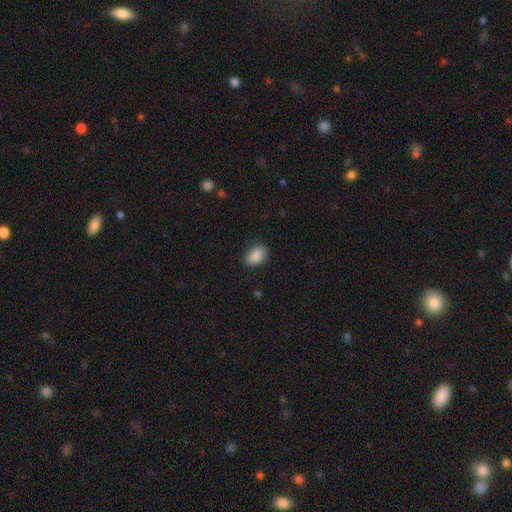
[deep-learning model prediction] smooth_or_featured: smooth (p=0.88) [alt: star or artifact p=0.07]
how_rounded: in between (p=0.82) [alt: round p=0.17]
merging: none (p=0.81) [alt: minor disturbance p=0.15]